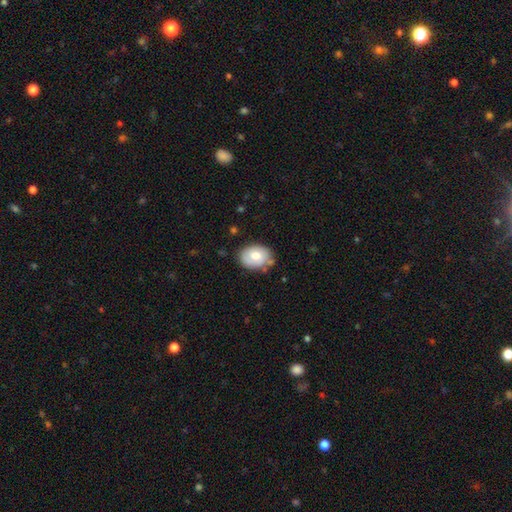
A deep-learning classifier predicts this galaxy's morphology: The model was most divided on "how rounded": in between: 68%, round: 31%, cigar-shaped: 1%. More confident: merging — none (72%); smooth or featured — smooth (70%).